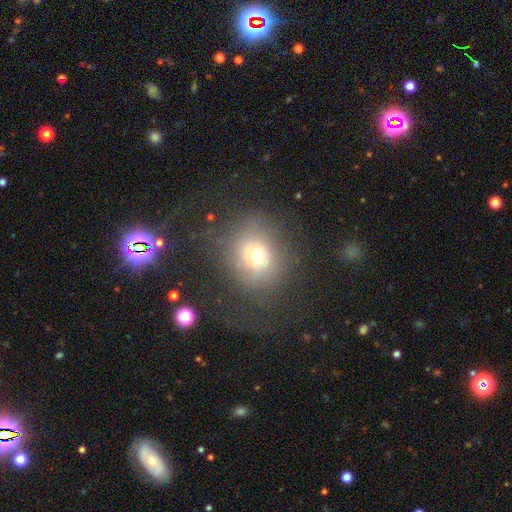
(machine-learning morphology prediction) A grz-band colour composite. It shows a smooth galaxy with no disk features (65%) that is round (74%). Merging: none (65%).